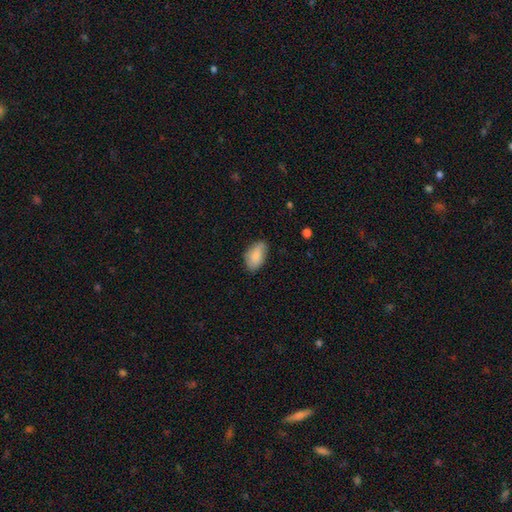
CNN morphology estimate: Smooth or featured? Predicted: smooth (p=0.85). How rounded? Predicted: in between (p=0.93). Merging? Predicted: none (p=0.73).